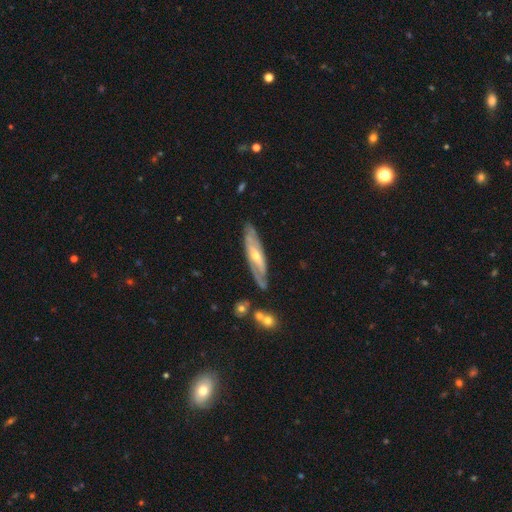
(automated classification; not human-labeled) smooth_or_featured: featured or disk (p=0.76) [alt: smooth p=0.17]
disk_edge_on: no (p=0.61) [alt: yes p=0.39]
merging: none (p=0.77) [alt: minor disturbance p=0.16]